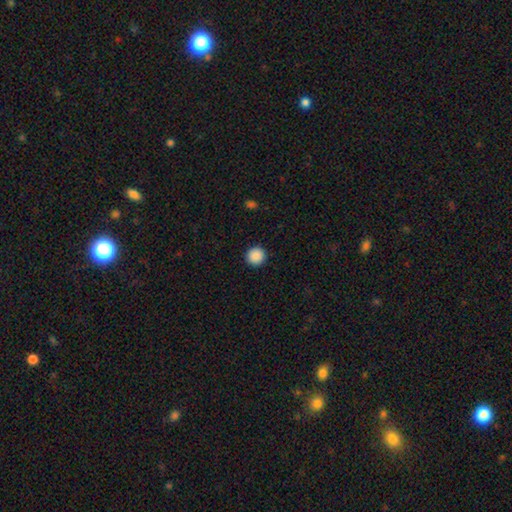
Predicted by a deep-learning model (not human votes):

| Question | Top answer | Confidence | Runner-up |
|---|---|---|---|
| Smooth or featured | smooth | 89% | star or artifact (8%) |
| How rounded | round | 95% | in between (4%) |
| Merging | none | 93% | minor disturbance (5%) |